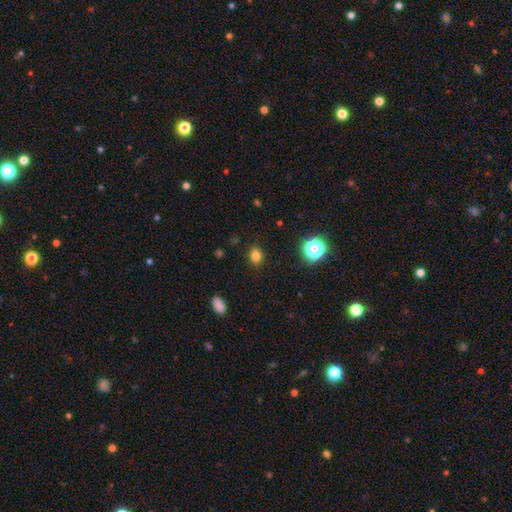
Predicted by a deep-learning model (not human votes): smooth-or-featured: smooth: 79% | star or artifact: 16% | featured or disk: 5%
  how-rounded: in between: 50% | round: 49% | cigar-shaped: 1%
  merging: none: 87% | minor disturbance: 9% | major disturbance: 3% | merger: 1%